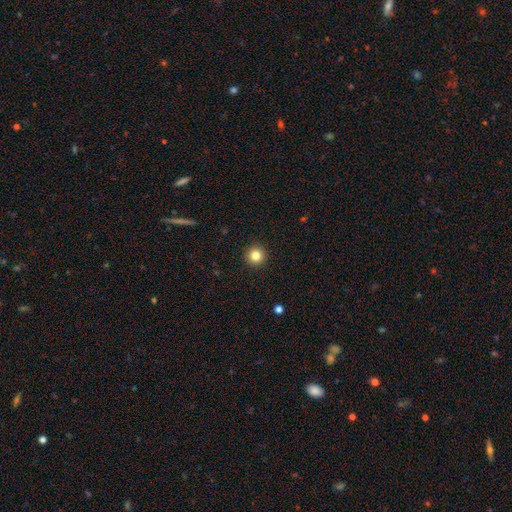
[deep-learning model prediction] smooth 83%, star or artifact 12%, featured or disk 6%. Down the decision tree: how rounded — round (96%); merging — none (93%).